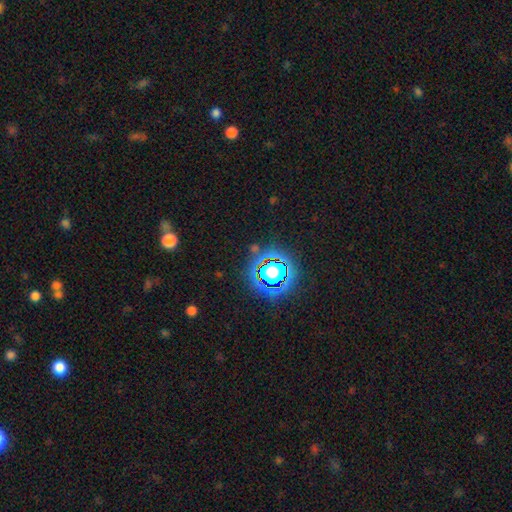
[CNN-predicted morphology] Smooth or featured: star or artifact — 81% (smooth — 12%)